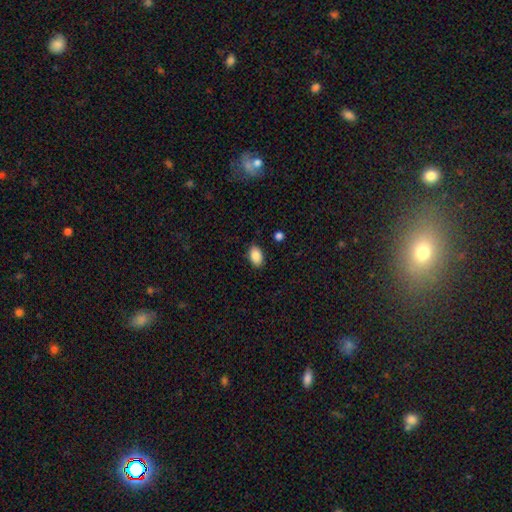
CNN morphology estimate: type=smooth (86%); roundness=in between (91%); merging=none (87%).